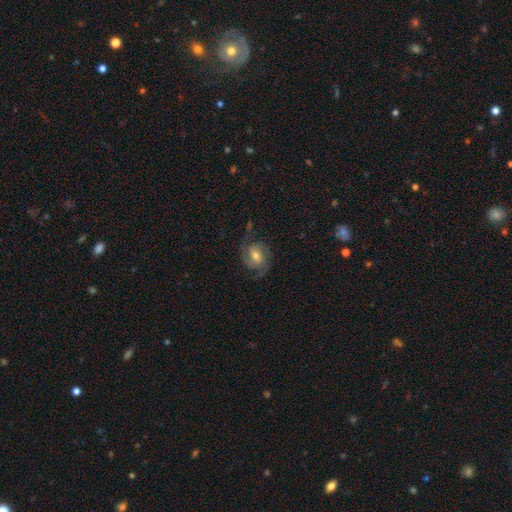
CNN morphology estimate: This is clearly a featured or disk galaxy (82%). It is clearly not viewed edge-on (97%). Bar: possibly weak (46%). Spiral arm pattern: clearly yes (97%). Spiral arm count: likely 2 (69%). Spiral winding: possibly medium (46%). Central bulge: likely moderate (61%). Merging: likely none (75%).